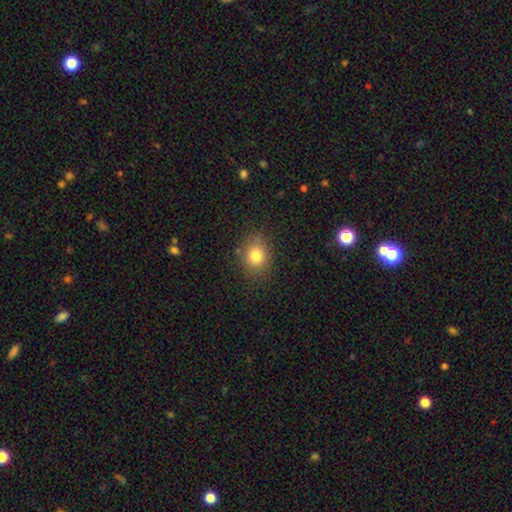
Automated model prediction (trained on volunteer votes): Q: Smooth or featured?
A: smooth (80%); runner-up: star or artifact (12%)
Q: How rounded?
A: round (62%); runner-up: in between (37%)
Q: Merging?
A: none (83%); runner-up: minor disturbance (11%)